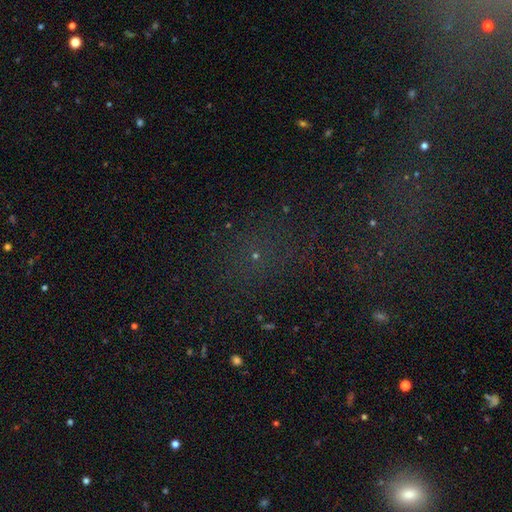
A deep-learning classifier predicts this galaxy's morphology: The model was most divided on "smooth or featured": star or artifact: 61%, smooth: 27%, featured or disk: 12%.